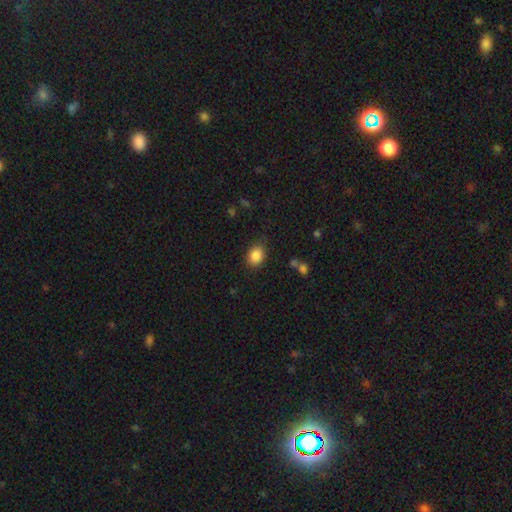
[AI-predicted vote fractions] smooth 86%, star or artifact 9%, featured or disk 5%. Down the decision tree: how rounded — in between (58%); merging — none (78%).